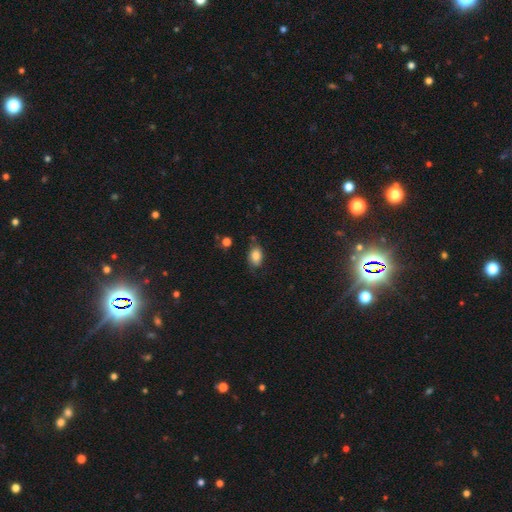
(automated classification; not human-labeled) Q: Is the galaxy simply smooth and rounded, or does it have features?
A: smooth — 85%.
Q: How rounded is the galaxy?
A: in between — 86%.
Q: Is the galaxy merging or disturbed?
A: none — 70%.